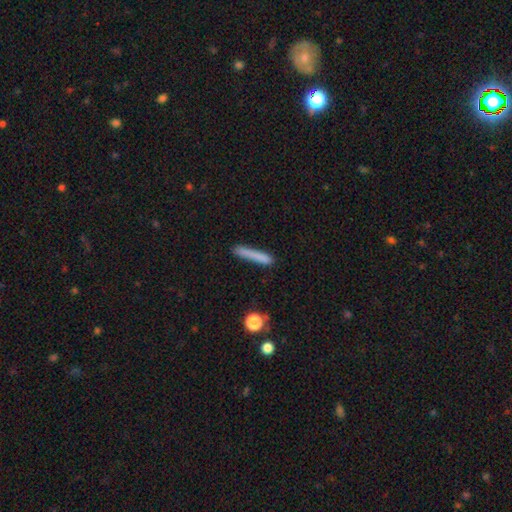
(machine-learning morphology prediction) Smooth or featured? smooth (78%)
How rounded? cigar-shaped (95%)
Merging? none (80%)